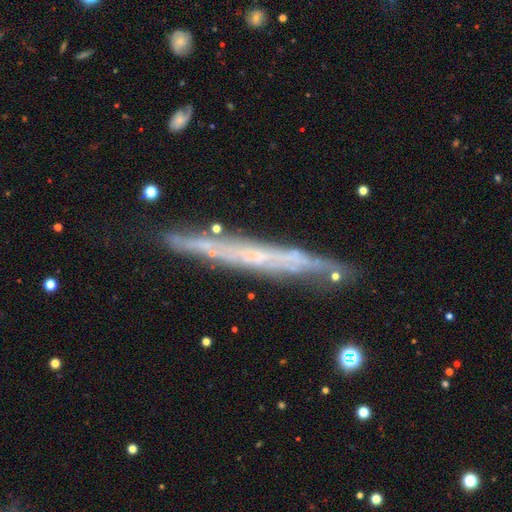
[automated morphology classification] The model was most divided on "smooth or featured": featured or disk: 68%, smooth: 25%, star or artifact: 8%. More confident: edge-on disk — yes (90%); edge-on bulge — none (84%); merging — none (82%).